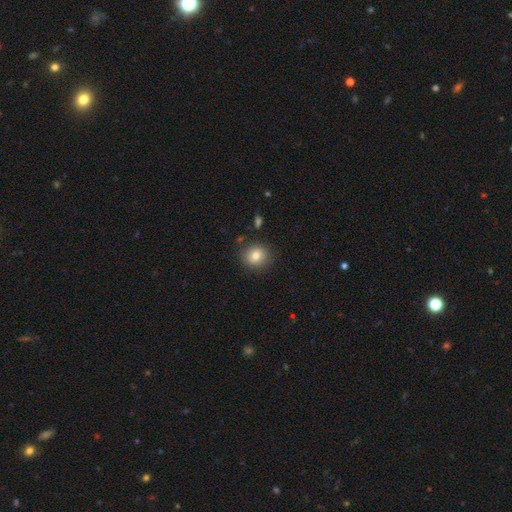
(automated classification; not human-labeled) Q: Smooth or featured?
A: smooth (80%); runner-up: star or artifact (10%)
Q: How rounded?
A: round (84%); runner-up: in between (15%)
Q: Merging?
A: none (86%); runner-up: minor disturbance (9%)